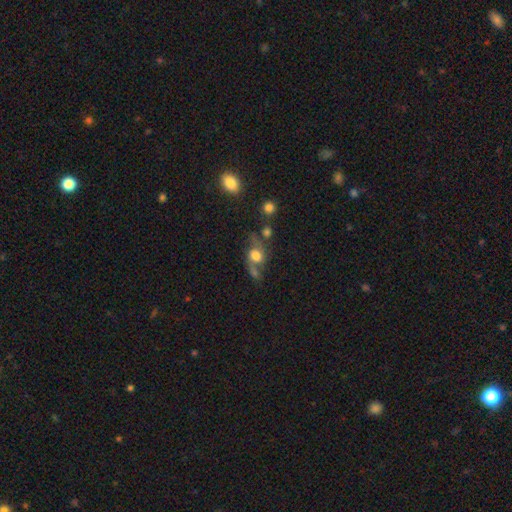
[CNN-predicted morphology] smooth_or_featured: smooth (p=0.52) [alt: featured or disk p=0.34]
how_rounded: round (p=0.58) [alt: in between p=0.39]
merging: none (p=0.42) [alt: merger p=0.26]